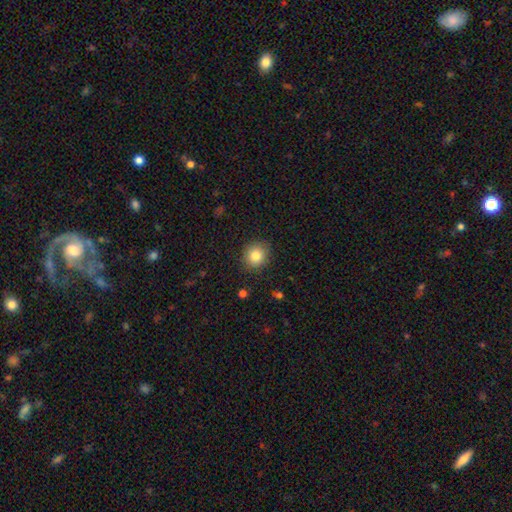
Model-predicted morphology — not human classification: Smooth or featured? smooth (82%)
How rounded? round (82%)
Merging? none (89%)